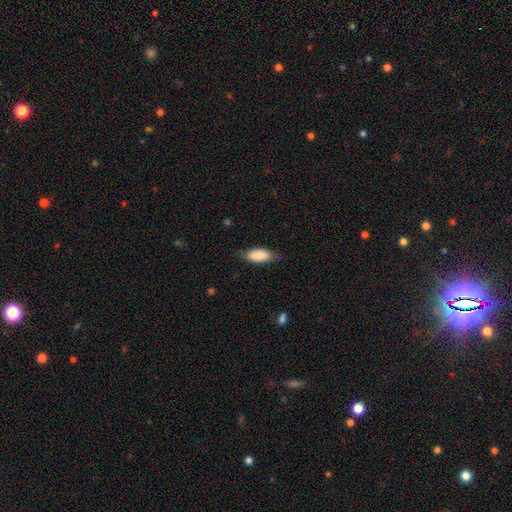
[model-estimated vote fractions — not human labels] This appears to be a smooth galaxy with no disk features (86%) that is in between round and cigar-shaped (82%). Merging: none (77%).